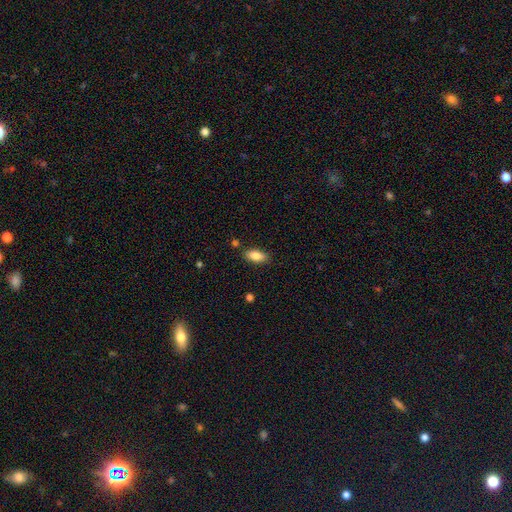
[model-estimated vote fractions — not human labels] The model was most divided on "merging": none: 84%, minor disturbance: 10%, merger: 3%, major disturbance: 2%. More confident: how rounded — in between (87%); smooth or featured — smooth (85%).